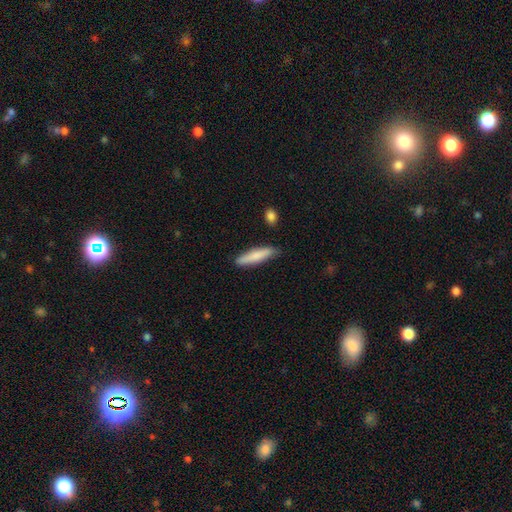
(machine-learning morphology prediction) type=smooth (78%); roundness=cigar-shaped (84%); merging=none (84%).